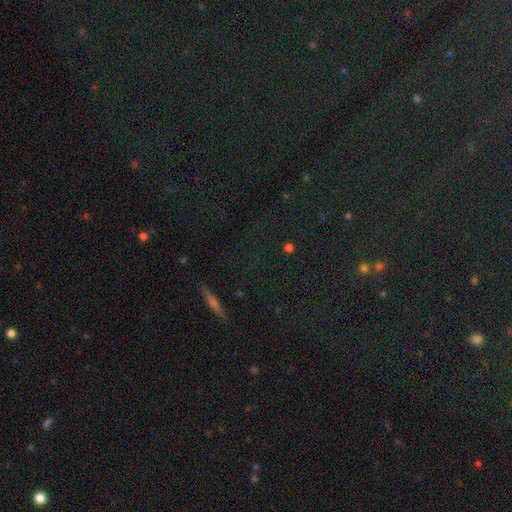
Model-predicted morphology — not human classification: smooth_or_featured: star or artifact (p=0.77) [alt: smooth p=0.14]